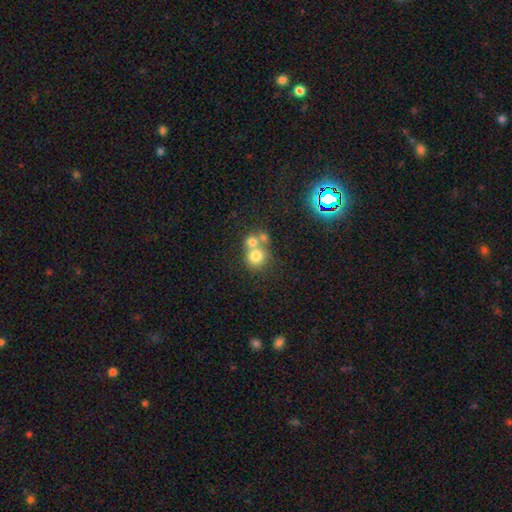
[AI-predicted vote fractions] Smooth or featured? smooth (72%)
How rounded? round (85%)
Merging? merger (54%)